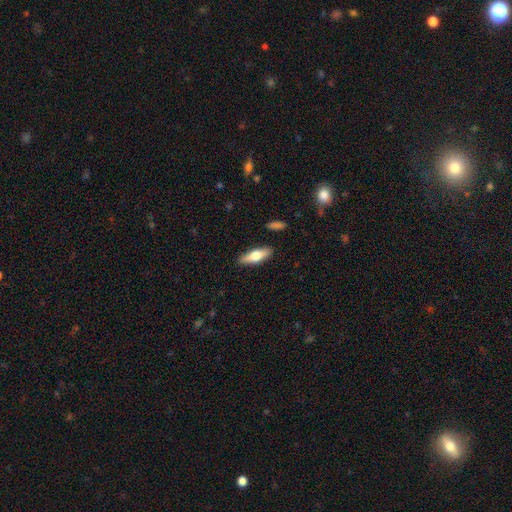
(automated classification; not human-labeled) Smooth or featured?
  - smooth: 56% *
  - featured or disk: 38%
  - star or artifact: 6%
How rounded?
  - in between: 52% *
  - cigar-shaped: 45%
  - round: 3%
Merging?
  - none: 88% *
  - minor disturbance: 8%
  - major disturbance: 2%
  - merger: 2%